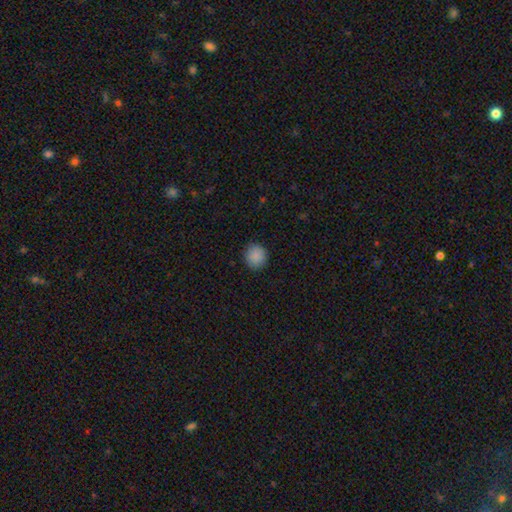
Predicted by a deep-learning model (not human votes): The model was most divided on "how rounded": round: 89%, in between: 10%, cigar-shaped: 1%. More confident: merging — none (91%); smooth or featured — smooth (88%).